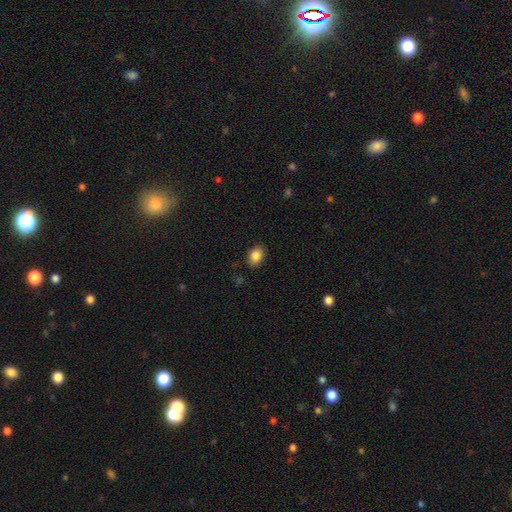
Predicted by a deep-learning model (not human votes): Overall: smooth (86%). How rounded: in between (75%). Merging: none (84%).